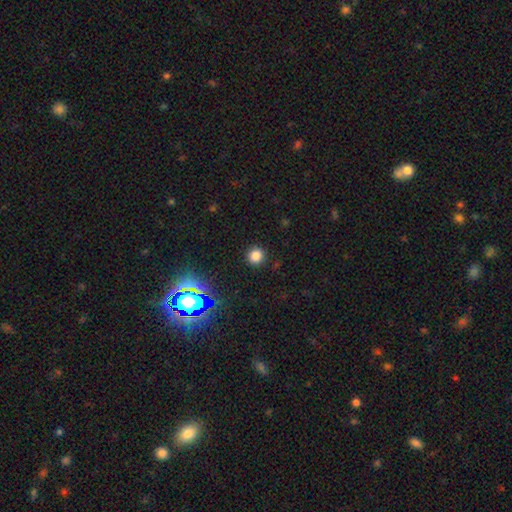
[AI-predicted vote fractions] A smooth galaxy with no disk features (79%) that is round (91%).

Vote fractions:
- Smooth or featured? smooth: 79% / star or artifact: 17% / featured or disk: 4%
- How rounded? round: 91% / in between: 8% / cigar-shaped: 1%
- Merging? none: 90% / minor disturbance: 7% / major disturbance: 3% / merger: 1%